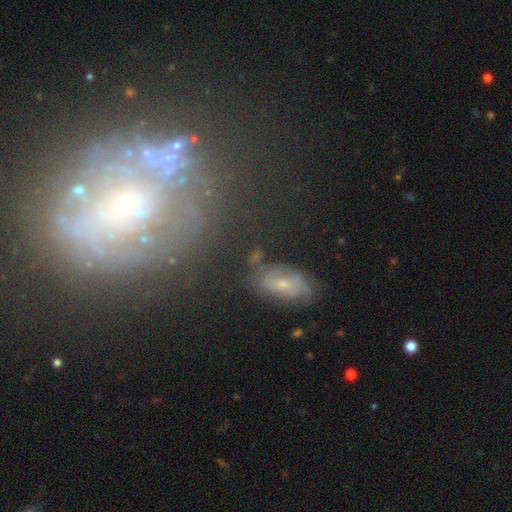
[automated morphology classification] featured or disk 45%, smooth 34%, star or artifact 21%. Down the decision tree: merging — none (63%).